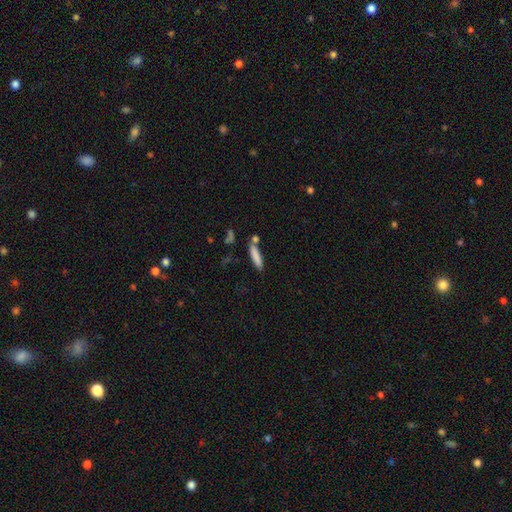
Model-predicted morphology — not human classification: smooth_or_featured: smooth (p=0.82) [alt: featured or disk p=0.11]
how_rounded: cigar-shaped (p=0.81) [alt: in between p=0.17]
merging: none (p=0.70) [alt: minor disturbance p=0.14]